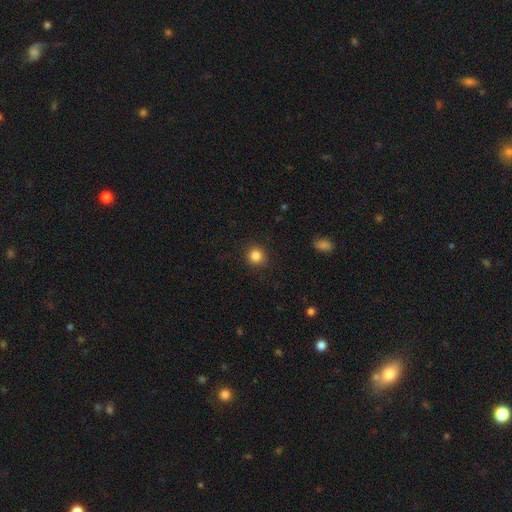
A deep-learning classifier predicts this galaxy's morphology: This appears to be a smooth galaxy with no disk features (84%) that is round (90%). Merging: none (90%).